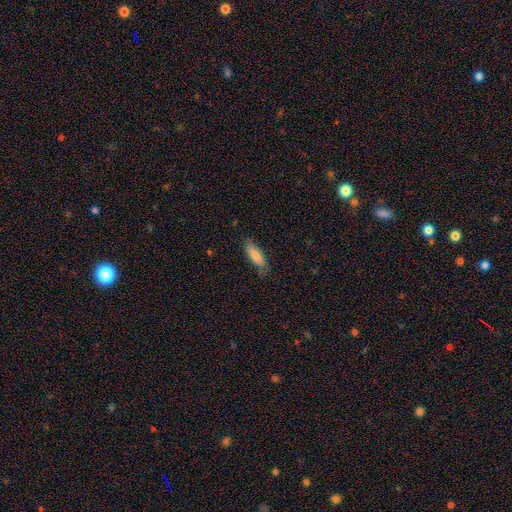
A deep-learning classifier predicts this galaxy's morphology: This is likely a smooth galaxy (79%). How rounded: possibly in between (59%). Merging: likely none (74%).